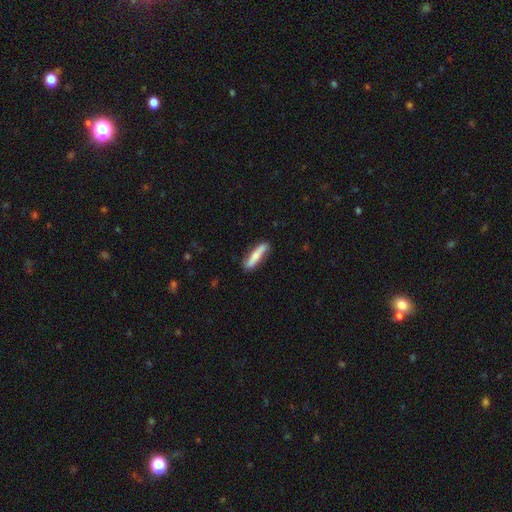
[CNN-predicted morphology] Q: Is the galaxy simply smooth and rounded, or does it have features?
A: smooth — 67%.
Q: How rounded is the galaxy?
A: cigar-shaped — 82%.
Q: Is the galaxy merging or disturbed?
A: none — 83%.